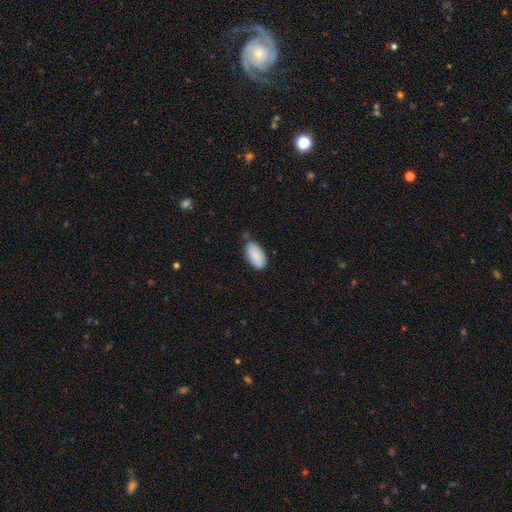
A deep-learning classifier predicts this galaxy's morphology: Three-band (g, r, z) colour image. It shows a smooth galaxy with no disk features (86%) that is in between round and cigar-shaped (94%). Merging: none (66%).